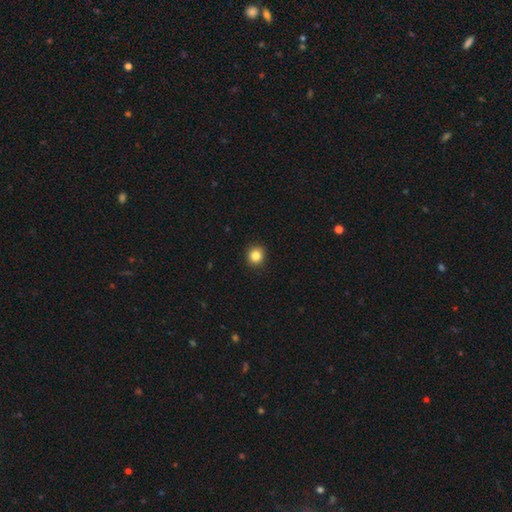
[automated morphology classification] Overall: smooth (84%). How rounded: round (89%). Merging: none (92%).